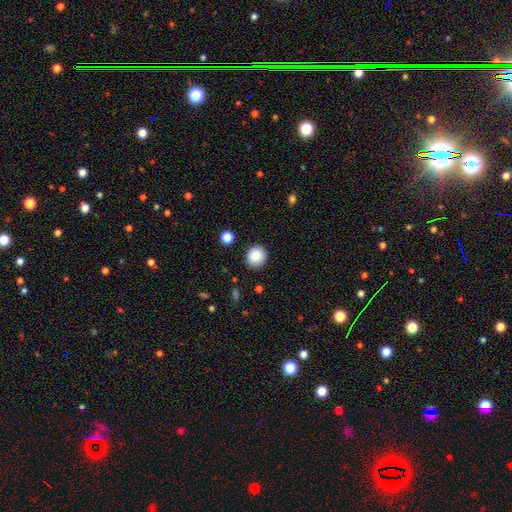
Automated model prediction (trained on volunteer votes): This is clearly a smooth galaxy (87%). How rounded: clearly round (88%). Merging: clearly none (88%).